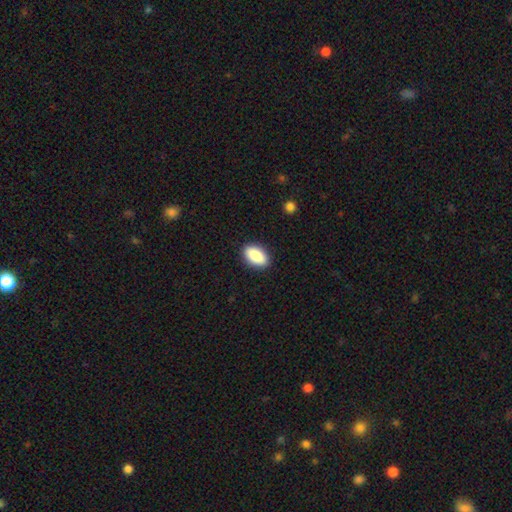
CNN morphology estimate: Smooth or featured? Predicted: smooth (p=0.88). How rounded? Predicted: in between (p=0.92). Merging? Predicted: none (p=0.89).